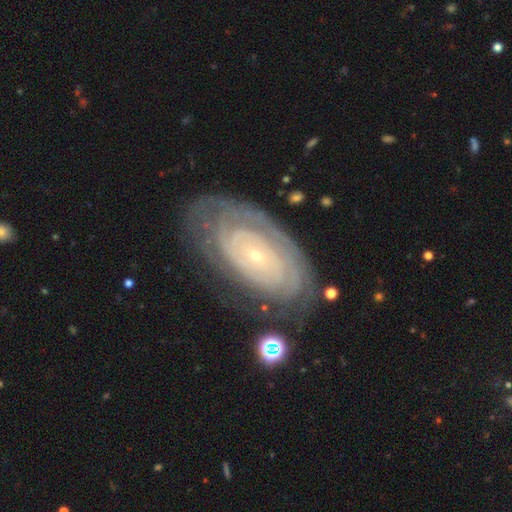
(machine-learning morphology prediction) Smooth or featured: featured or disk — 81% (smooth — 13%)
Edge-on disk: no — 94% (yes — 6%)
Bar: no — 82% (weak — 13%)
Spiral arms: yes — 86% (no — 14%)
Spiral winding: tight — 85% (medium — 11%)
Spiral arm count: can't tell — 55% (2 — 14%)
Bulge size: small — 85% (moderate — 11%)
Merging: none — 72% (minor disturbance — 18%)